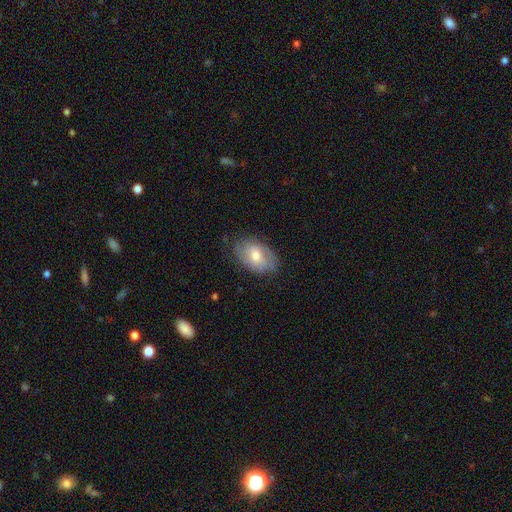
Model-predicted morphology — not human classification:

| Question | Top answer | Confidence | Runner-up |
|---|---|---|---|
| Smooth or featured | smooth | 50% | featured or disk (43%) |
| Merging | none | 72% | minor disturbance (21%) |